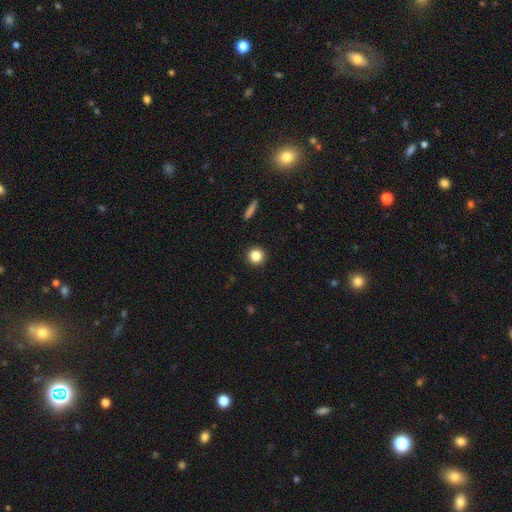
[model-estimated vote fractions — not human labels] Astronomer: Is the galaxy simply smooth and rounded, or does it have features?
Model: smooth — 85%.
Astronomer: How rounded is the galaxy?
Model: round — 95%.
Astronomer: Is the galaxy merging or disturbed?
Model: none — 93%.